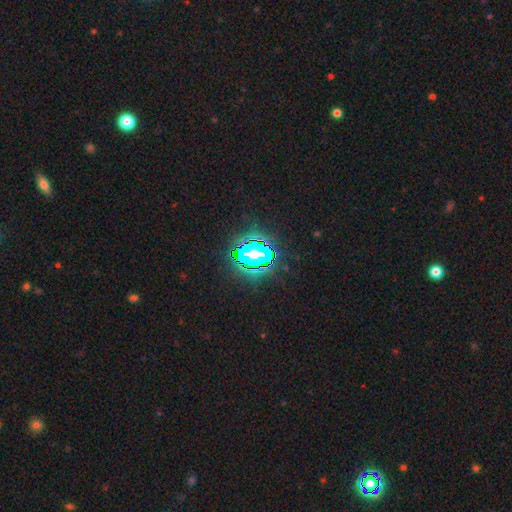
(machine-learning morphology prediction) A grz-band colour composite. It shows a star or artifact, not a galaxy (82%).